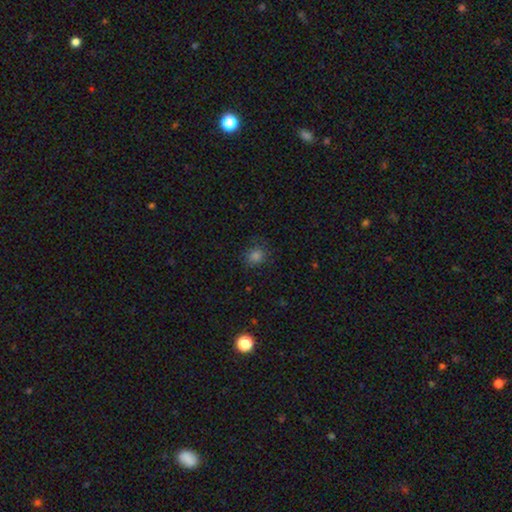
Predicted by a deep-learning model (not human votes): Morphology: type=smooth (78%); roundness=round (80%); merging=none (83%).